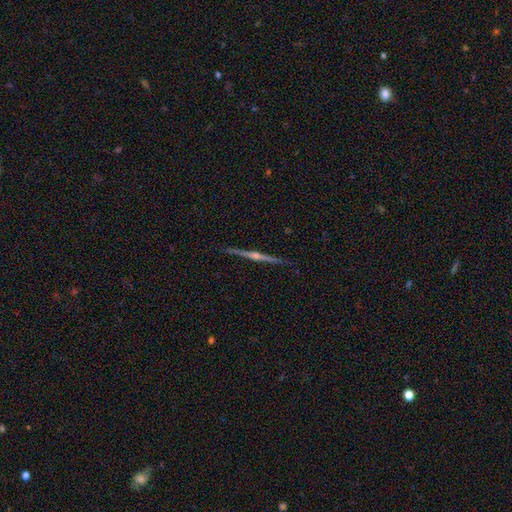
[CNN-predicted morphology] smooth-or-featured: featured or disk: 84% | smooth: 9% | star or artifact: 6%
  disk-edge-on: yes: 99% | no: 1%
    edge-on-bulge: rounded: 84% | none: 10% | boxy: 6%
  merging: none: 92% | minor disturbance: 6% | major disturbance: 1% | merger: 1%